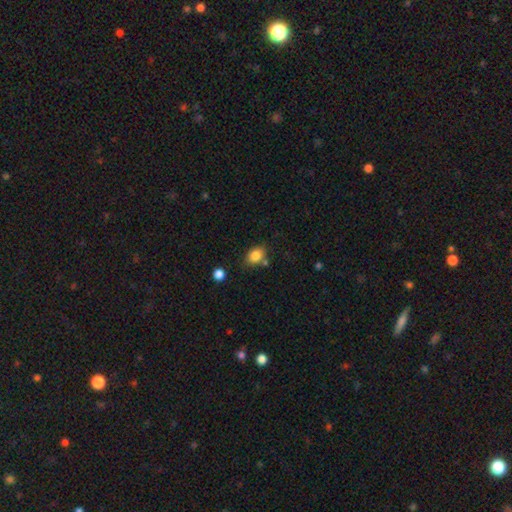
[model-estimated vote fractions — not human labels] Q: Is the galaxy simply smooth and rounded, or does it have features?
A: smooth — 83%.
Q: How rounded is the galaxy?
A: in between — 66%.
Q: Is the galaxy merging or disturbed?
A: none — 71%.